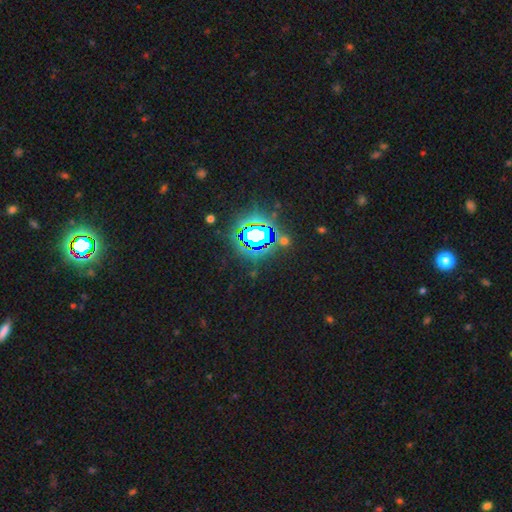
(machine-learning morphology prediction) type=star or artifact (81%).